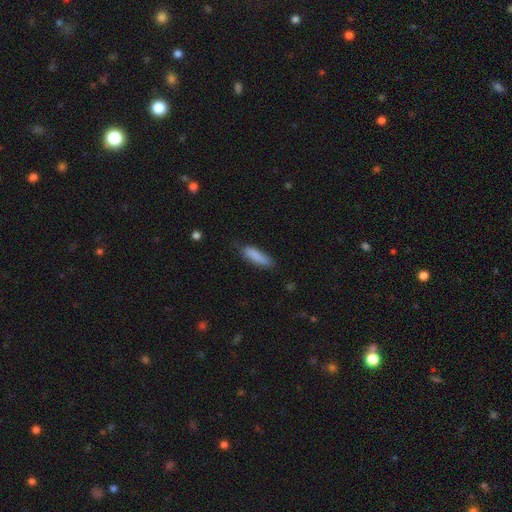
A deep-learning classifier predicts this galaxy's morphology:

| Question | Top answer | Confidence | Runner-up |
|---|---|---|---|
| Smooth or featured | smooth | 85% | featured or disk (8%) |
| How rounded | cigar-shaped | 58% | in between (40%) |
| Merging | none | 70% | minor disturbance (24%) |